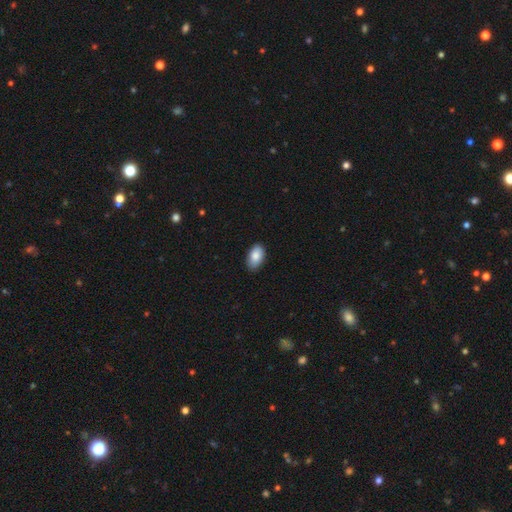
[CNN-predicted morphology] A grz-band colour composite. It shows a smooth galaxy with no disk features (86%) that is in between round and cigar-shaped (94%). Merging: none (86%).